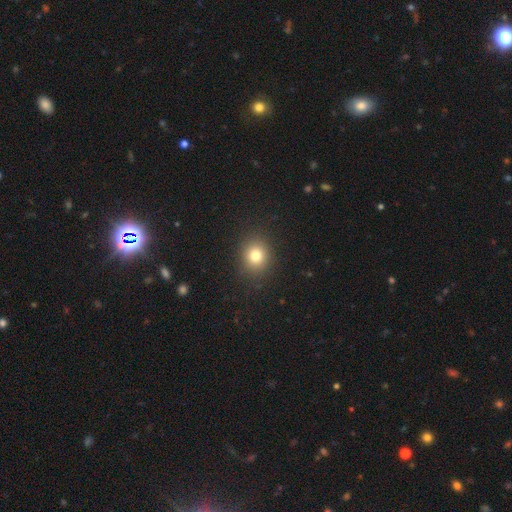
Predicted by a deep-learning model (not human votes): The model was most divided on "how rounded": round: 75%, in between: 24%, cigar-shaped: 1%. More confident: merging — none (89%); smooth or featured — smooth (79%).